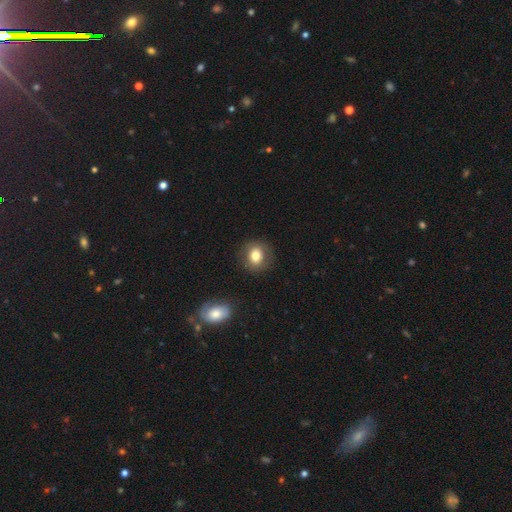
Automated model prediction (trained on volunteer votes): Smooth or featured: smooth — 77% (featured or disk — 13%)
How rounded: round — 64% (in between — 35%)
Merging: none — 86% (minor disturbance — 9%)